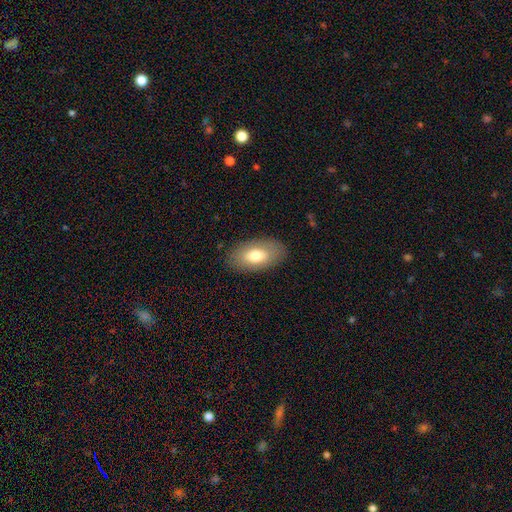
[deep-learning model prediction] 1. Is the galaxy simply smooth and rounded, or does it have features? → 71% smooth, 22% featured or disk, 7% star or artifact.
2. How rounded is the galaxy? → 93% in between, 4% round, 2% cigar-shaped.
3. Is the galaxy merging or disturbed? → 85% none, 11% minor disturbance, 3% major disturbance, 1% merger.